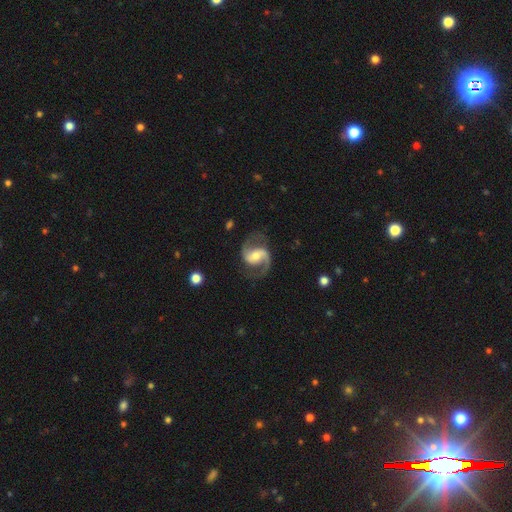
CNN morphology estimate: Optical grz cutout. It shows a featured or disk galaxy (91%) with a weak bar (43%), 2 (93%) medium (55%) spiral arms (98%) and a moderate central bulge (55%). Merging: none (79%).